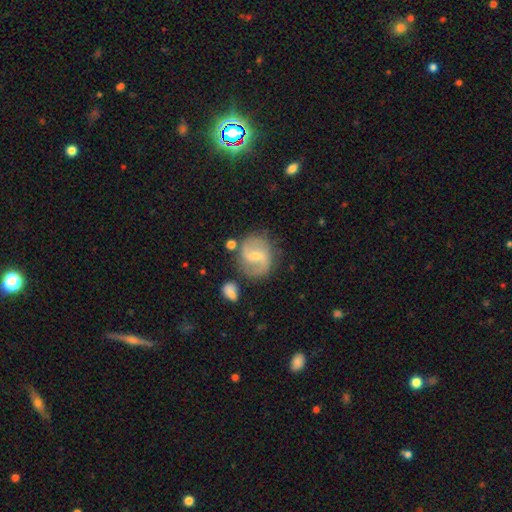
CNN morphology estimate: type=featured or disk (77%); edge-on=no (97%); bar=weak (51%); spiral arms=yes (92%); winding=medium (48%); arm count=2 (88%); bulge=small (62%); merging=none (72%).